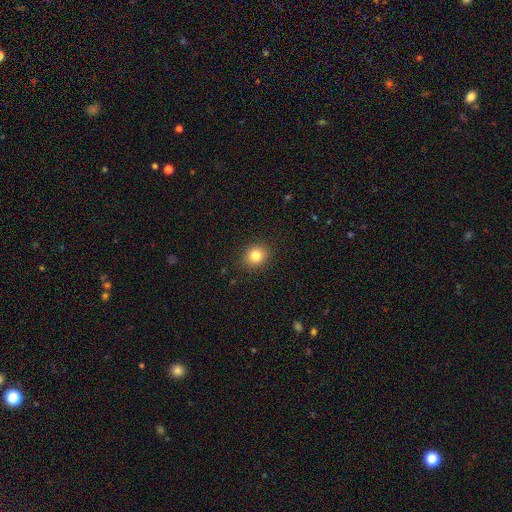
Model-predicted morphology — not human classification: Smooth or featured? Predicted: smooth (p=0.82). How rounded? Predicted: round (p=0.80). Merging? Predicted: none (p=0.90).